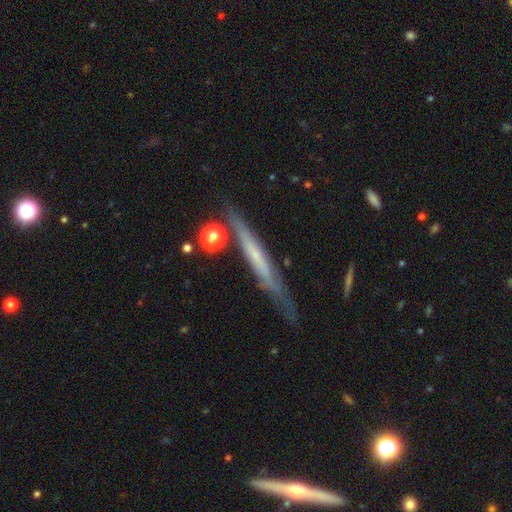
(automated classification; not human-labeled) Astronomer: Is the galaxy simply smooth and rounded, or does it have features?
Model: featured or disk — 63%.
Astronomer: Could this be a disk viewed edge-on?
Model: yes — 88%.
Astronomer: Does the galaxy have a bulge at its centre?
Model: none — 70%.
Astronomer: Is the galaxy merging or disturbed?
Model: none — 67%.